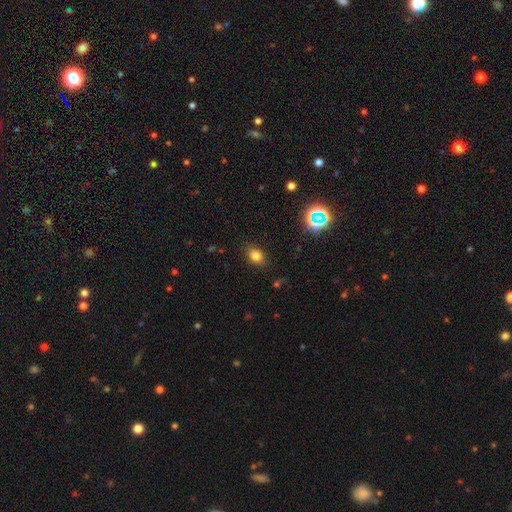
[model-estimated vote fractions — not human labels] Smooth or featured?
  - smooth: 79% *
  - star or artifact: 15%
  - featured or disk: 6%
How rounded?
  - in between: 59% *
  - round: 40%
  - cigar-shaped: 1%
Merging?
  - none: 86% *
  - minor disturbance: 10%
  - major disturbance: 3%
  - merger: 1%